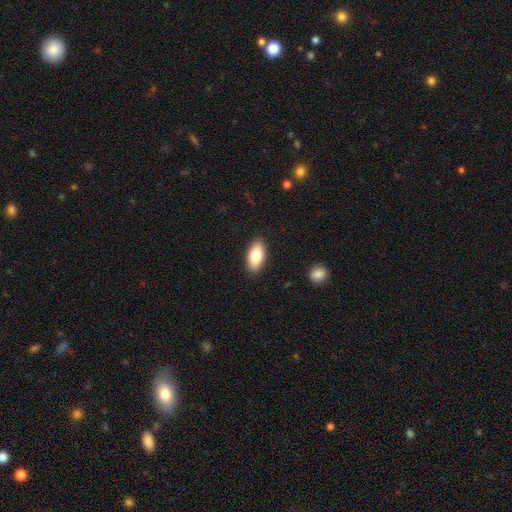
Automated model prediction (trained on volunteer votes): Smooth or featured? Predicted: smooth (p=0.81). How rounded? Predicted: in between (p=0.90). Merging? Predicted: none (p=0.89).